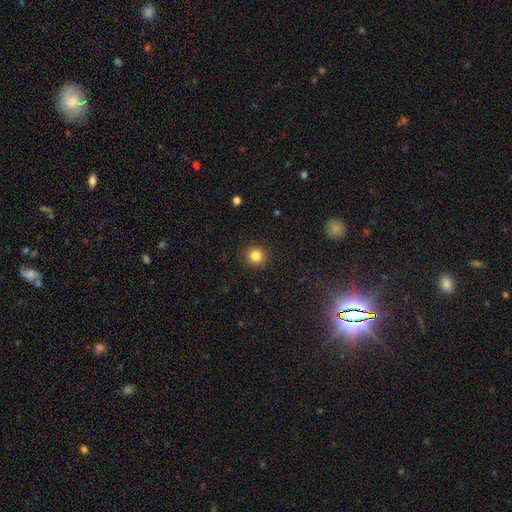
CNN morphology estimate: This appears to be a smooth galaxy with no disk features (84%) that is round (92%). Merging: none (91%).